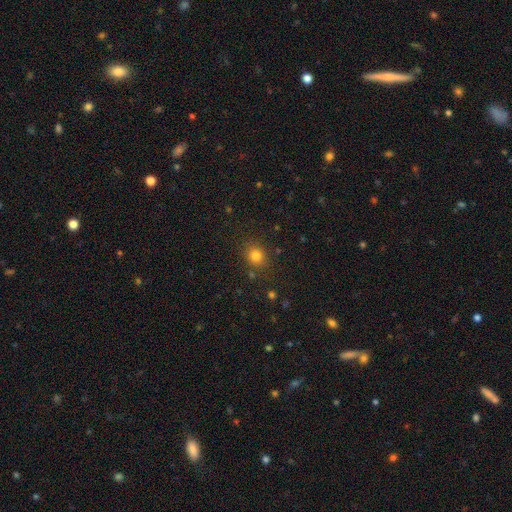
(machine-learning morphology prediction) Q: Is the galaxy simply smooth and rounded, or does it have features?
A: smooth — 80%.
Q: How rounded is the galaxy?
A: round — 75%.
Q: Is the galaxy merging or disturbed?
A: none — 83%.